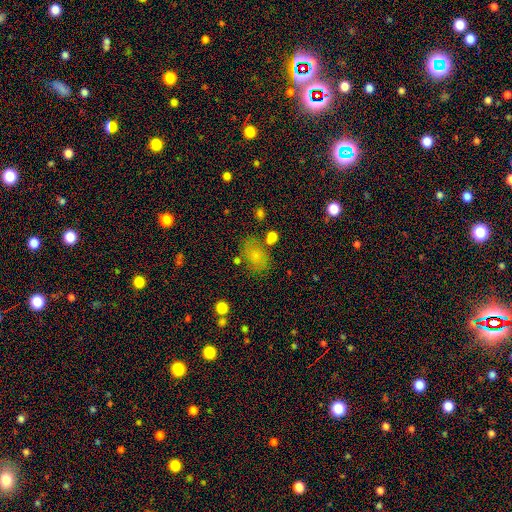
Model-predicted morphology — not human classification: Smooth or featured? smooth (75%)
How rounded? in between (79%)
Merging? none (66%)